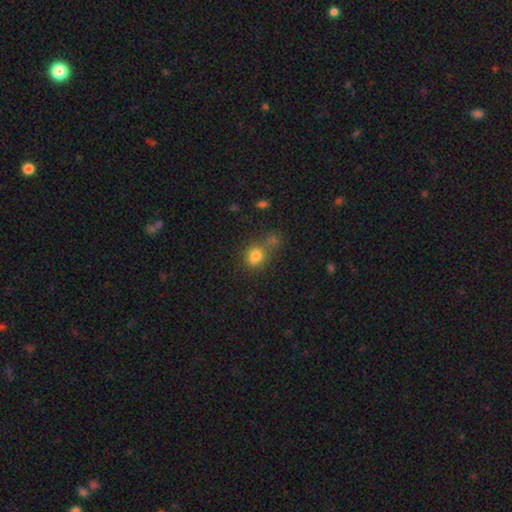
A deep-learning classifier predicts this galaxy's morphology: Smooth or featured?
  - smooth: 79% *
  - star or artifact: 13%
  - featured or disk: 8%
How rounded?
  - round: 69% *
  - in between: 30%
  - cigar-shaped: 1%
Merging?
  - none: 52% *
  - merger: 27%
  - minor disturbance: 14%
  - major disturbance: 7%